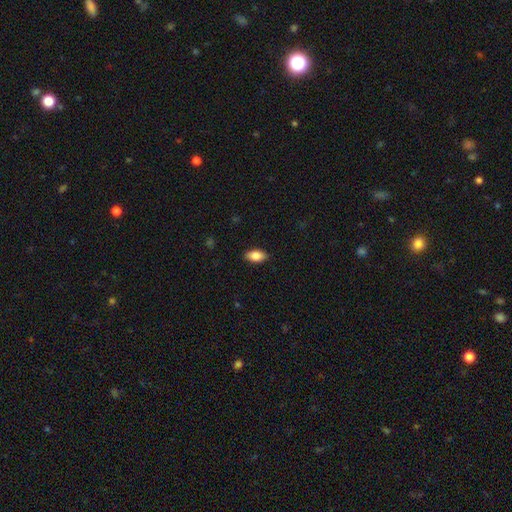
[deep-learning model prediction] This is clearly a smooth galaxy (85%). How rounded: clearly in between (91%). Merging: clearly none (88%).